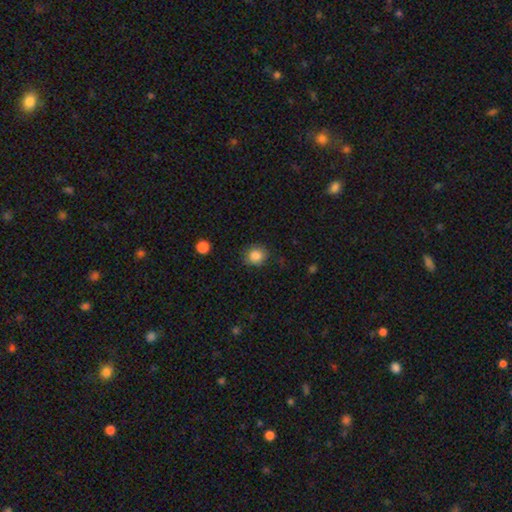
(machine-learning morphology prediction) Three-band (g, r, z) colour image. It shows a smooth galaxy with no disk features (86%) that is round (84%). Merging: none (83%).